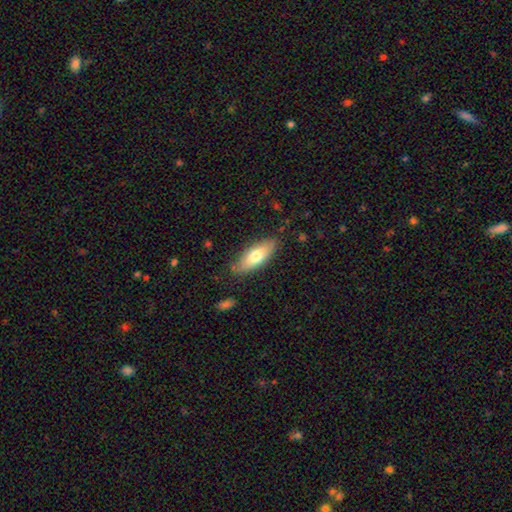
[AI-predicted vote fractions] This is likely a smooth galaxy (69%). How rounded: likely in between (65%). Merging: clearly none (84%).